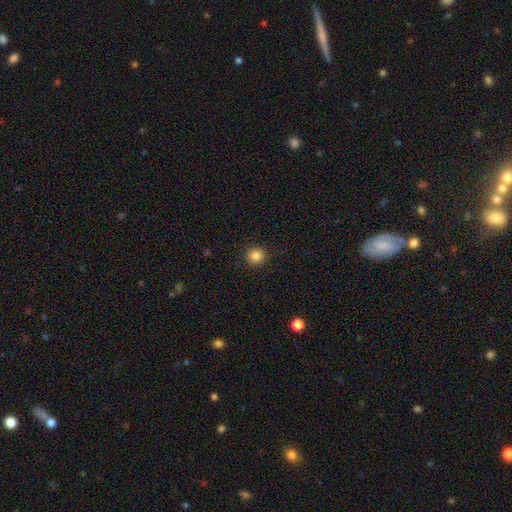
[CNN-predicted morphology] The model was most divided on "smooth or featured": smooth: 85%, star or artifact: 11%, featured or disk: 4%. More confident: how rounded — round (93%); merging — none (91%).